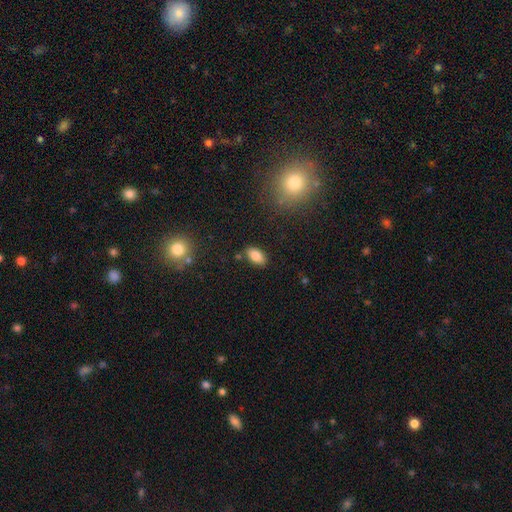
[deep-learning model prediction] The model was most divided on "merging": none: 82%, minor disturbance: 12%, merger: 3%, major disturbance: 3%. More confident: how rounded — in between (92%); smooth or featured — smooth (84%).